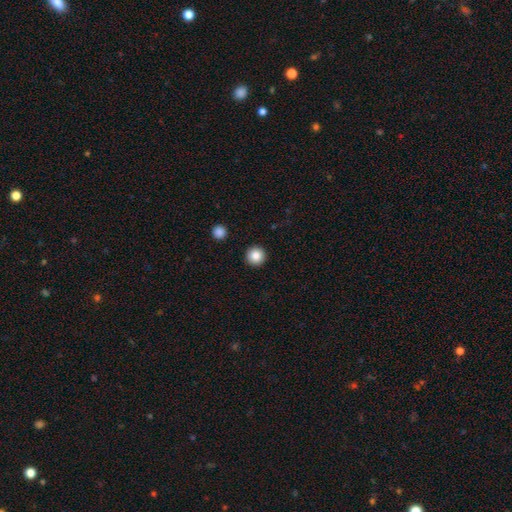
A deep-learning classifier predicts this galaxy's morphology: A smooth galaxy with no disk features (86%) that is round (96%). Merging: none (93%).